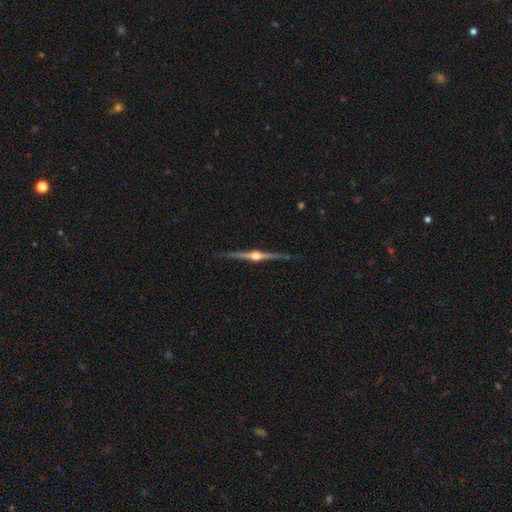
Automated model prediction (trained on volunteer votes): Smooth or featured? featured or disk (88%)
Edge-on disk? yes (99%)
Edge-on bulge? rounded (96%)
Merging? none (88%)